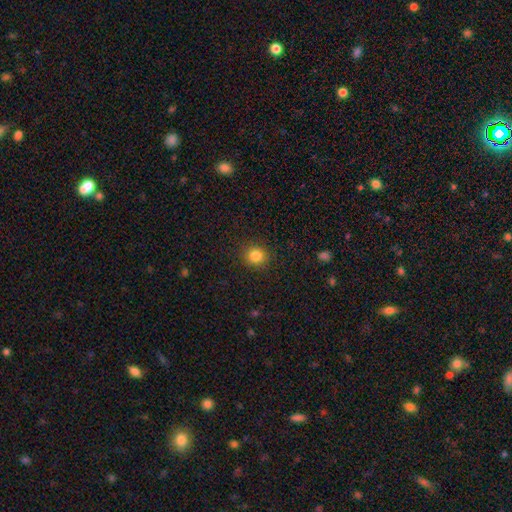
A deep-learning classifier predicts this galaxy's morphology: smooth-or-featured: smooth: 84% | star or artifact: 11% | featured or disk: 5%
  how-rounded: round: 87% | in between: 12% | cigar-shaped: 1%
  merging: none: 90% | minor disturbance: 6% | major disturbance: 2% | merger: 1%